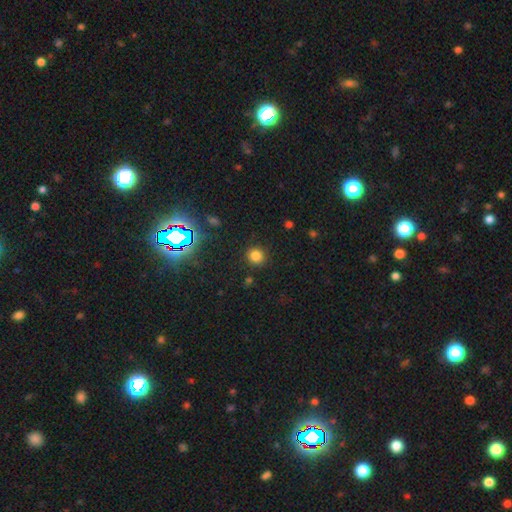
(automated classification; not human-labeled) Q: Smooth or featured?
A: smooth (77%); runner-up: star or artifact (18%)
Q: How rounded?
A: round (90%); runner-up: in between (9%)
Q: Merging?
A: none (89%); runner-up: minor disturbance (6%)